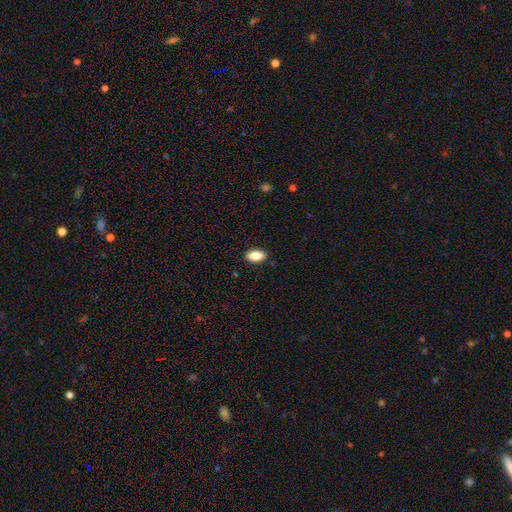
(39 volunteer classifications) Smooth or featured?
  - smooth: 90% *
  - star or artifact: 8%
  - featured or disk: 3%
How rounded?
  - in between: 94% *
  - round: 6%
  - cigar-shaped: 0%
Merging?
  - none: 89% *
  - minor disturbance: 6%
  - merger: 6%
  - major disturbance: 0%